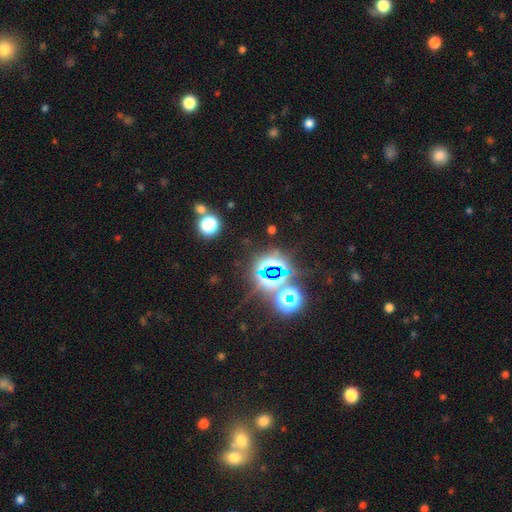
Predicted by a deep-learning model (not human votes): Smooth or featured? star or artifact (79%)